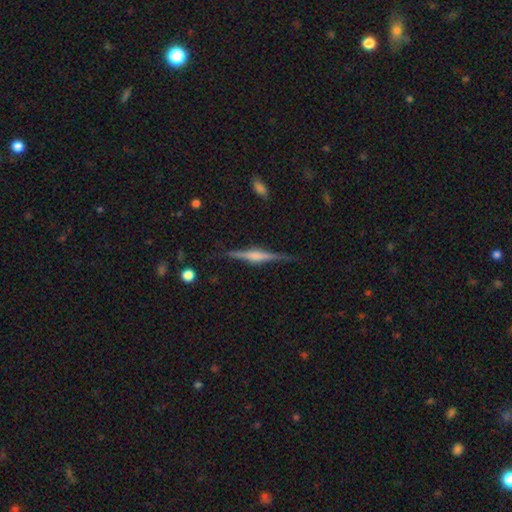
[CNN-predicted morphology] Smooth or featured?
  - featured or disk: 76% *
  - smooth: 17%
  - star or artifact: 7%
Edge-on disk?
  - yes: 98% *
  - no: 2%
Edge-on bulge?
  - rounded: 65% *
  - boxy: 26%
  - none: 9%
Merging?
  - none: 86% *
  - minor disturbance: 10%
  - major disturbance: 3%
  - merger: 1%